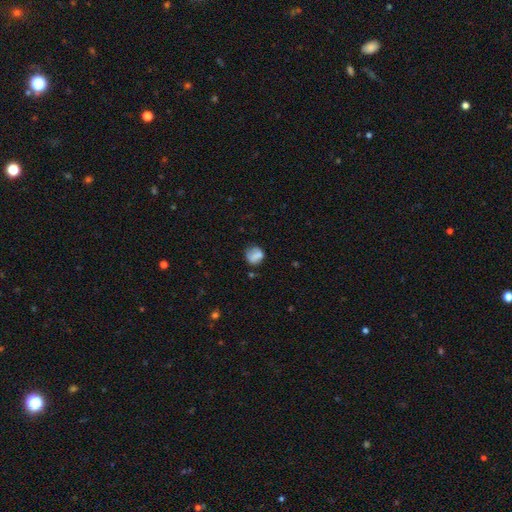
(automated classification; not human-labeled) Q: Smooth or featured?
A: smooth (73%); runner-up: featured or disk (18%)
Q: How rounded?
A: round (72%); runner-up: in between (27%)
Q: Merging?
A: none (56%); runner-up: minor disturbance (26%)